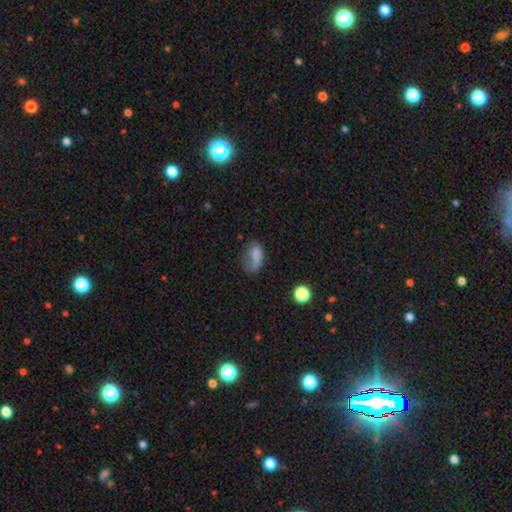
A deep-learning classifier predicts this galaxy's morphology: smooth 74%, featured or disk 14%, star or artifact 11%. Down the decision tree: how rounded — in between (85%); merging — none (36%).